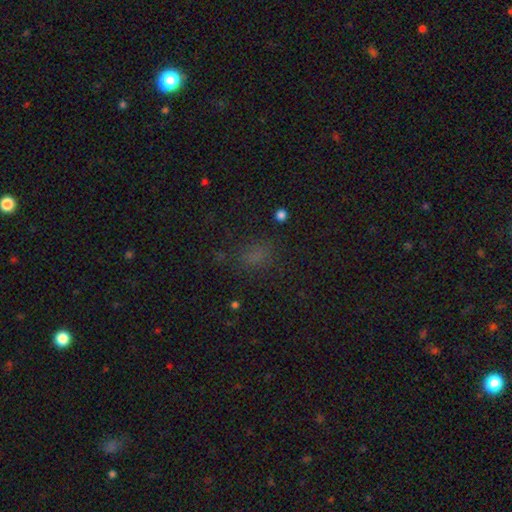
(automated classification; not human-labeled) A smooth galaxy with no disk features (65%) that is in between round and cigar-shaped (69%).

Vote fractions:
- Smooth or featured? smooth: 65% / star or artifact: 28% / featured or disk: 7%
- How rounded? in between: 69% / round: 27% / cigar-shaped: 4%
- Merging? none: 71% / minor disturbance: 17% / major disturbance: 9% / merger: 3%